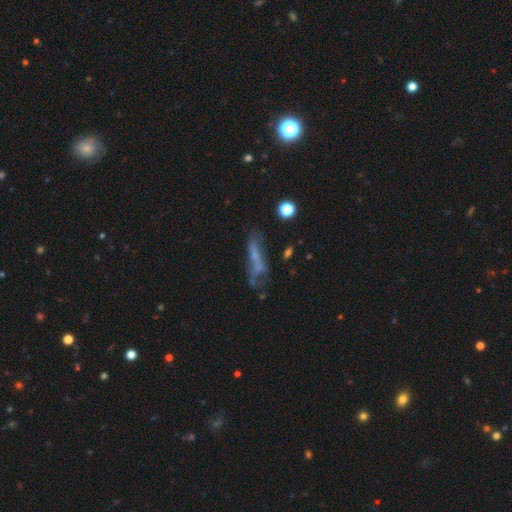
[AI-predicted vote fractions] Smooth or featured?
  - featured or disk: 44% *
  - smooth: 39%
  - star or artifact: 17%
Merging?
  - none: 42% *
  - major disturbance: 24%
  - minor disturbance: 22%
  - merger: 12%